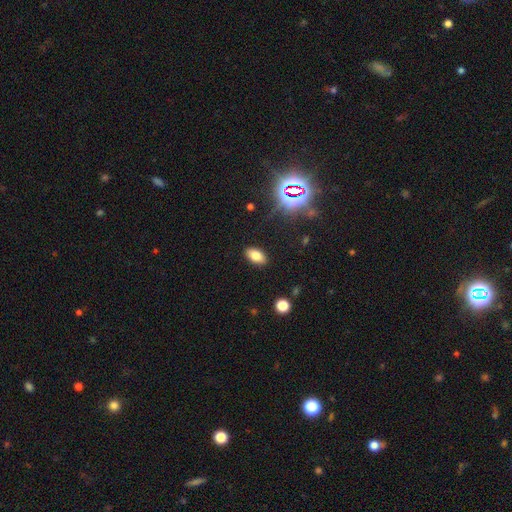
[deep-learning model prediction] The model was most divided on "smooth or featured": smooth: 76%, star or artifact: 15%, featured or disk: 9%. More confident: how rounded — in between (92%); merging — none (88%).